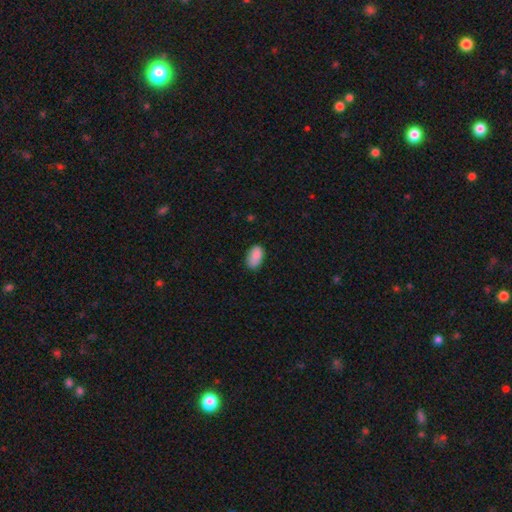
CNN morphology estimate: type=smooth (88%); roundness=in between (93%); merging=none (78%).